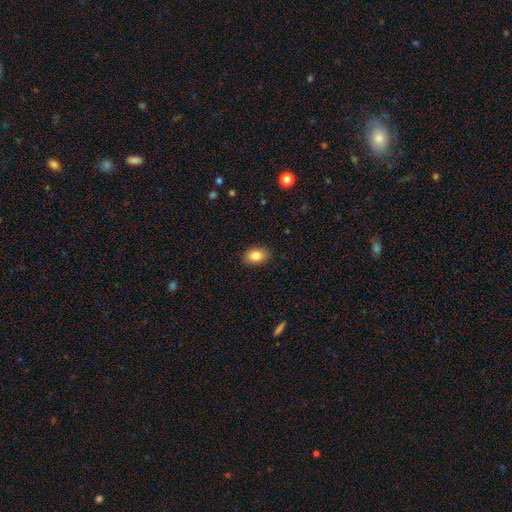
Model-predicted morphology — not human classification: Smooth or featured? Predicted: smooth (p=0.84). How rounded? Predicted: in between (p=0.85). Merging? Predicted: none (p=0.87).